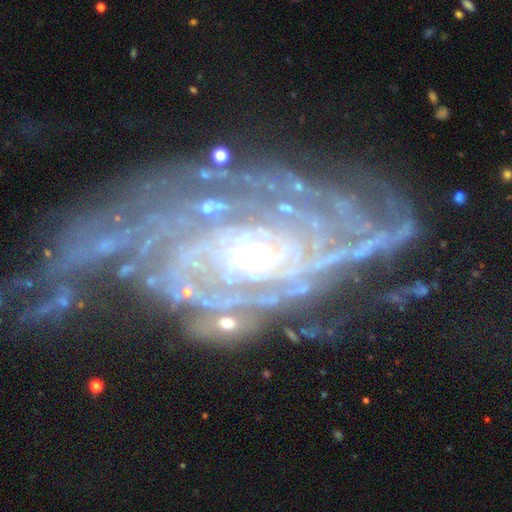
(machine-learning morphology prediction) A featured or disk galaxy (90%) with no bar (64%), tight (74%) spiral arms (97%) and a small central bulge (57%).

Vote fractions:
- Smooth or featured? featured or disk: 90% / star or artifact: 6% / smooth: 4%
- Edge-on disk? no: 96% / yes: 4%
- Bar? no: 64% / weak: 25% / strong: 12%
- Spiral arms? yes: 97% / no: 3%
- Spiral winding? tight: 74% / medium: 21% / loose: 6%
- Spiral arm count? can't tell: 27% / more than 4: 19% / 4: 16% / 2: 15% / 3: 14% / 1: 9%
- Bulge size? small: 57% / moderate: 36% / large: 4% / none: 2% / dominant: 1%
- Merging? none: 61% / minor disturbance: 21% / major disturbance: 14% / merger: 4%